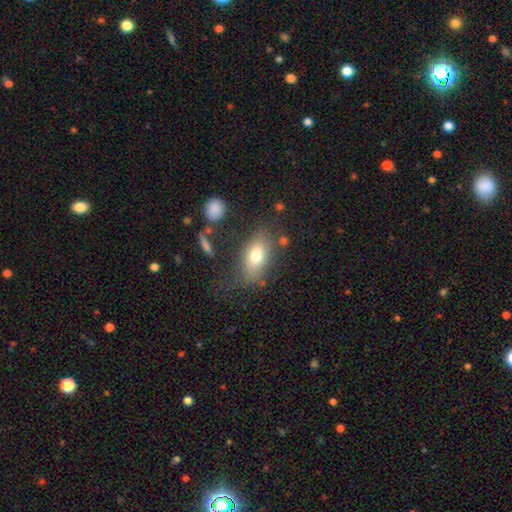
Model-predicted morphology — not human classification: A smooth galaxy with no disk features (72%) that is in between round and cigar-shaped (84%).

Vote fractions:
- Smooth or featured? smooth: 72% / featured or disk: 18% / star or artifact: 9%
- How rounded? in between: 84% / round: 10% / cigar-shaped: 6%
- Merging? none: 67% / minor disturbance: 18% / major disturbance: 10% / merger: 4%